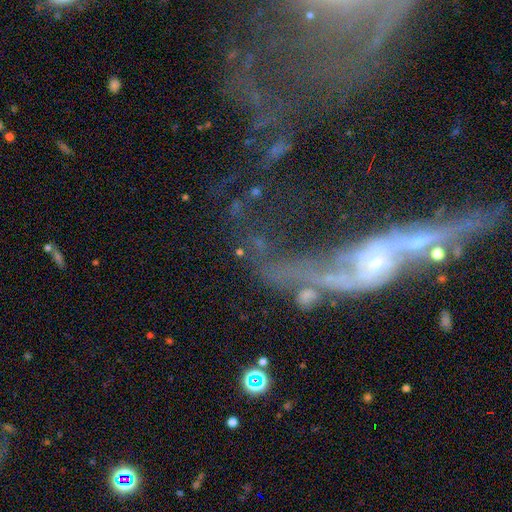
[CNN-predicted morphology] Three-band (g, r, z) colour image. It shows a featured or disk galaxy (71%) with no bar (64%), spiral arms (65%) and a small central bulge (61%). Merging: major disturbance (39%).